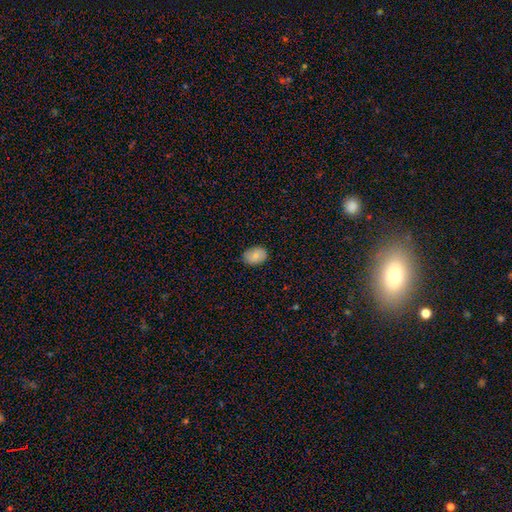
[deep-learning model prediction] A smooth galaxy with no disk features (80%) that is in between round and cigar-shaped (74%).

Vote fractions:
- Smooth or featured? smooth: 80% / featured or disk: 12% / star or artifact: 8%
- How rounded? in between: 74% / round: 25% / cigar-shaped: 1%
- Merging? none: 80% / minor disturbance: 16% / major disturbance: 2% / merger: 1%